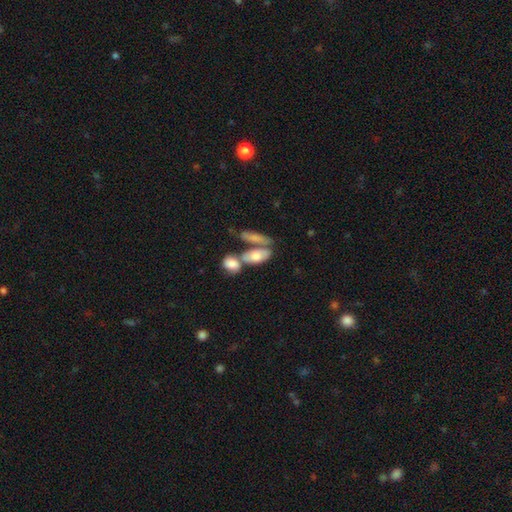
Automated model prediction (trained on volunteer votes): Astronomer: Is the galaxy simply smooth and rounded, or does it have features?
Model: smooth — 64%.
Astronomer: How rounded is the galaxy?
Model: in between — 83%.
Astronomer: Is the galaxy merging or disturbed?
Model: merger — 46% (runner-up: none, 32%).